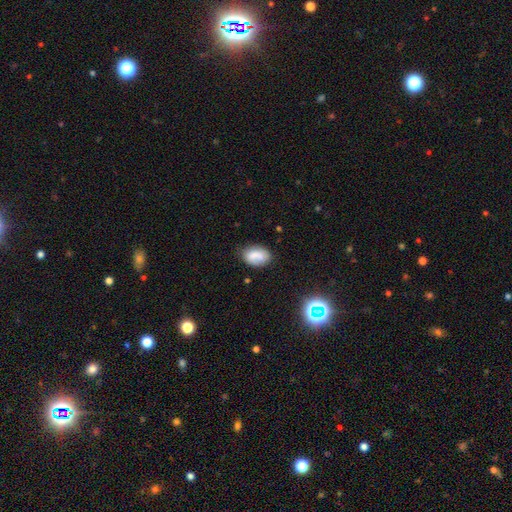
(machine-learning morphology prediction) Smooth or featured: smooth — 72% (featured or disk — 18%)
How rounded: in between — 82% (round — 17%)
Merging: none — 67% (minor disturbance — 22%)